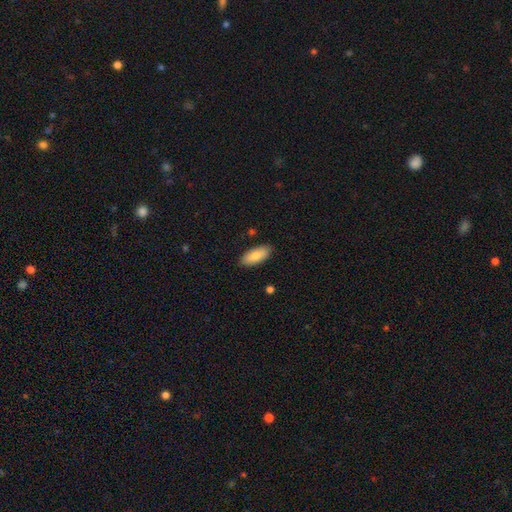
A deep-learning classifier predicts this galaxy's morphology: smooth 81%, featured or disk 13%, star or artifact 6%. Down the decision tree: how rounded — in between (86%); merging — none (86%).